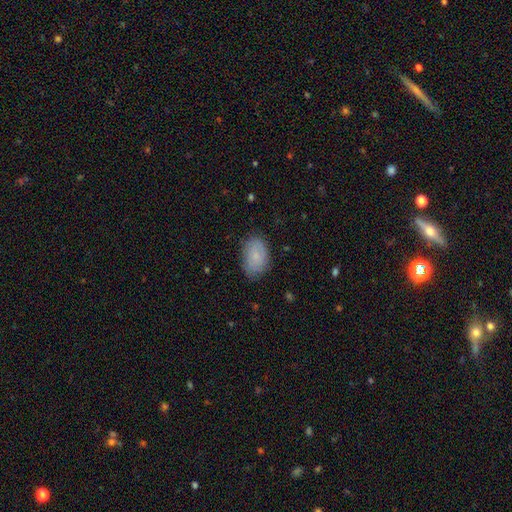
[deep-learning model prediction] Smooth or featured? smooth (77%)
How rounded? in between (90%)
Merging? none (77%)